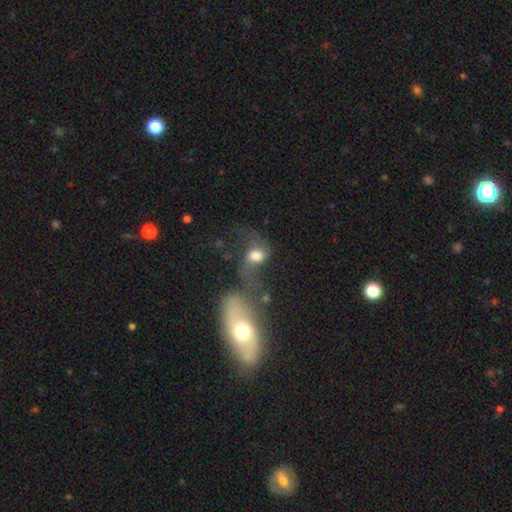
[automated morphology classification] A featured or disk galaxy (46%).

Vote fractions:
- Smooth or featured? featured or disk: 46% / smooth: 41% / star or artifact: 13%
- Merging? merger: 40% / major disturbance: 25% / none: 23% / minor disturbance: 12%